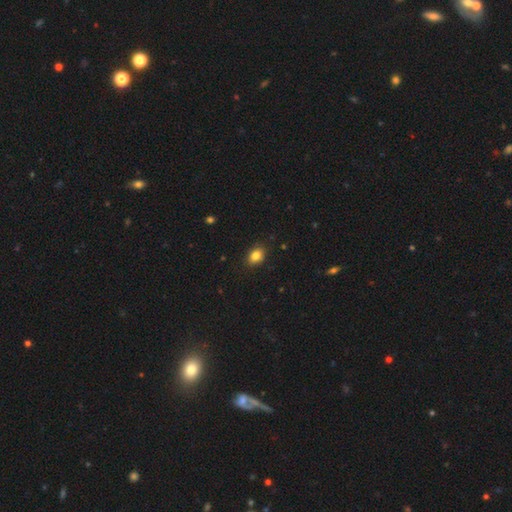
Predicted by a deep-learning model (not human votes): The model was most divided on "how rounded": in between: 68%, round: 31%, cigar-shaped: 1%. More confident: merging — none (88%); smooth or featured — smooth (84%).